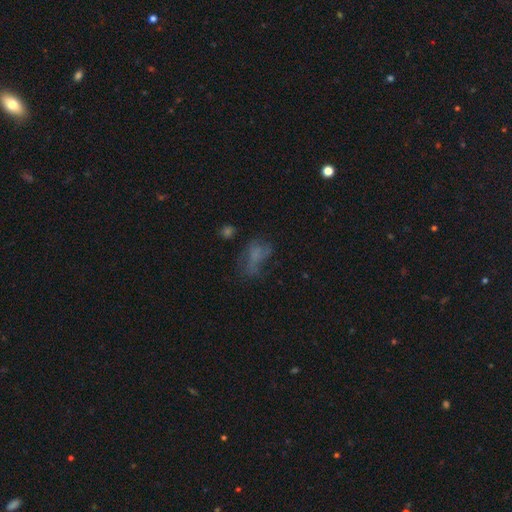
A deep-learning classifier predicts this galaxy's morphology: smooth 48%, featured or disk 30%, star or artifact 22%. Down the decision tree: merging — none (37%).